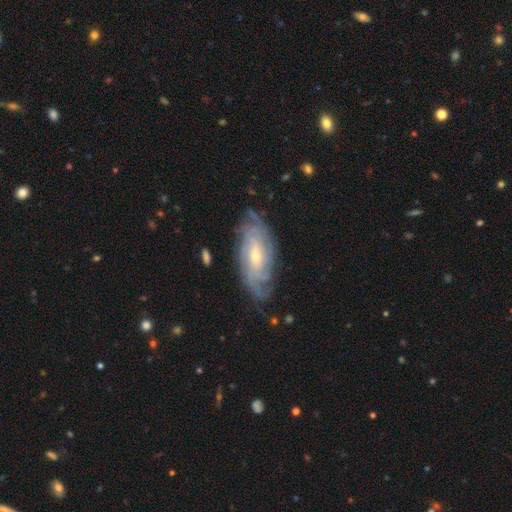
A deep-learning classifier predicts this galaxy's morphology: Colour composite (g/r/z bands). It shows a featured or disk galaxy (86%) with no bar (49%), tight (72%) spiral arms (97%) and a small central bulge (58%). Merging: none (79%).